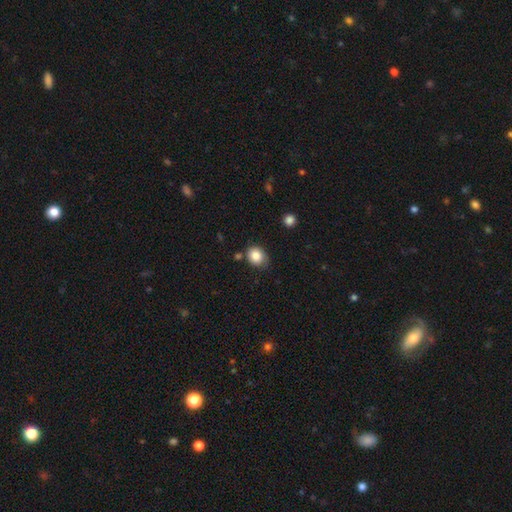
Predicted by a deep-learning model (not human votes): smooth 84%, star or artifact 9%, featured or disk 7%. Down the decision tree: how rounded — round (61%); merging — none (71%).